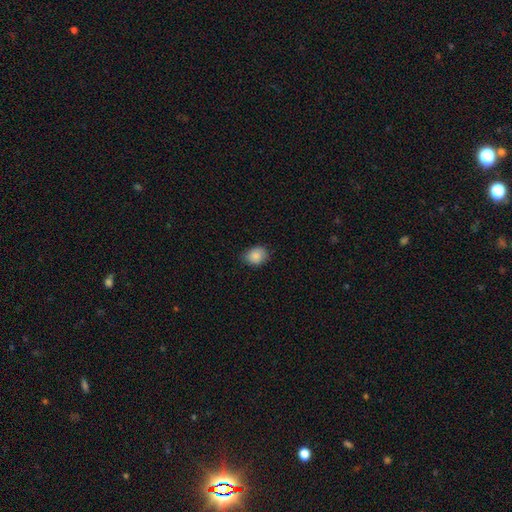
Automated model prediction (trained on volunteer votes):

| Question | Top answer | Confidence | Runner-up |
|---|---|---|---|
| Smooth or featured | smooth | 87% | star or artifact (8%) |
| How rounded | round | 53% | in between (47%) |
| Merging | none | 79% | minor disturbance (17%) |